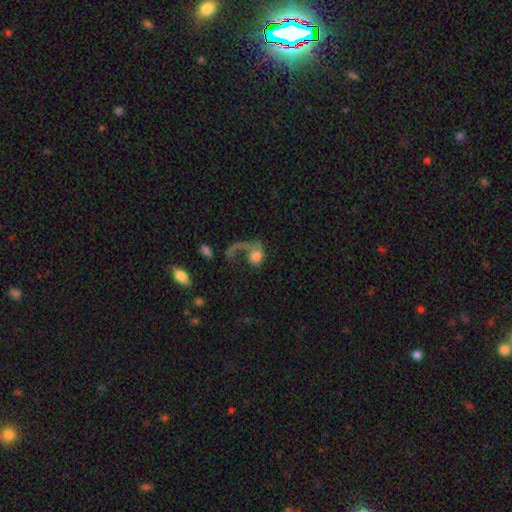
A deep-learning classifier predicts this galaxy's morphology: type=featured or disk (54%); edge-on=no (97%); bar=no (77%); spiral arms=yes (77%); bulge=large (29%); merging=major disturbance (55%).